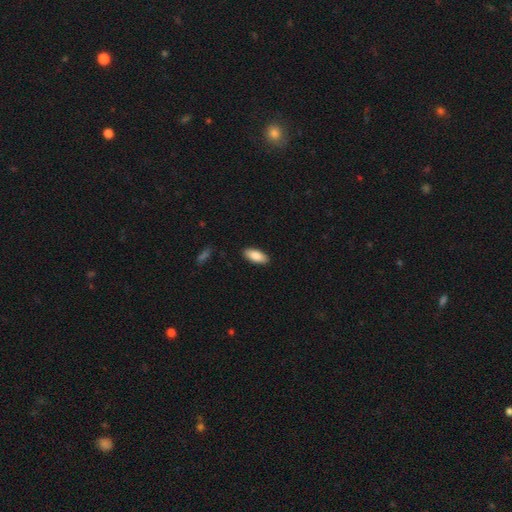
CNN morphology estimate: A smooth galaxy with no disk features (87%) that is in between round and cigar-shaped (87%). Merging: none (89%).